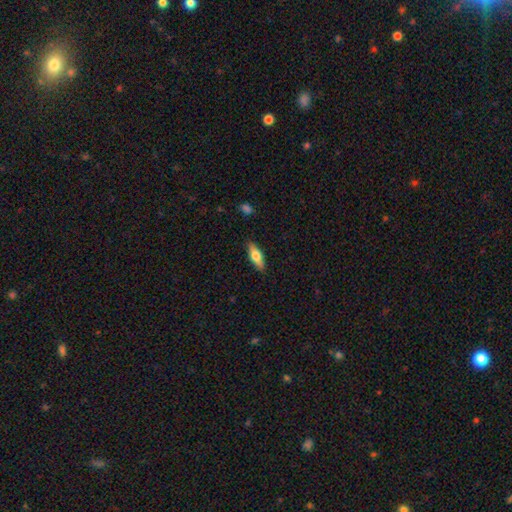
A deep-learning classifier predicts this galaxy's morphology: Smooth or featured: smooth — 64% (featured or disk — 30%)
How rounded: in between — 61% (cigar-shaped — 37%)
Merging: none — 88% (minor disturbance — 9%)